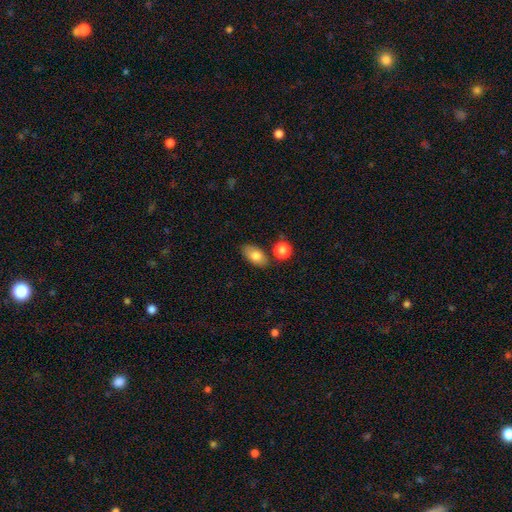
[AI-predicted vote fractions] smooth_or_featured: smooth (p=0.81) [alt: featured or disk p=0.11]
how_rounded: in between (p=0.89) [alt: round p=0.08]
merging: none (p=0.77) [alt: minor disturbance p=0.13]